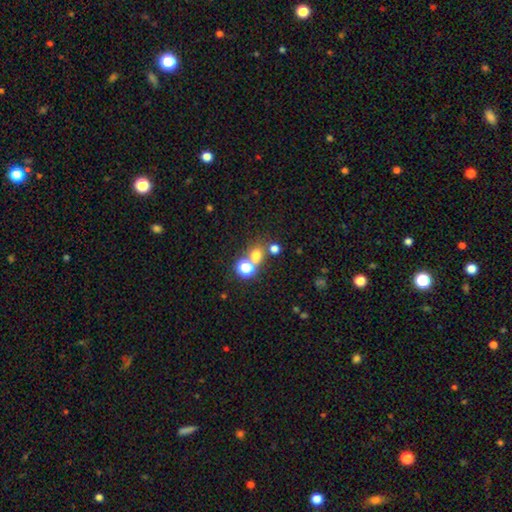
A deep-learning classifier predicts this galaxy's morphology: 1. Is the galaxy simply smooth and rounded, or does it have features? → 63% smooth, 26% star or artifact, 11% featured or disk.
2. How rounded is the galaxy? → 79% round, 20% in between, 1% cigar-shaped.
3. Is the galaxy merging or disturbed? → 54% none, 33% merger, 8% minor disturbance, 5% major disturbance.